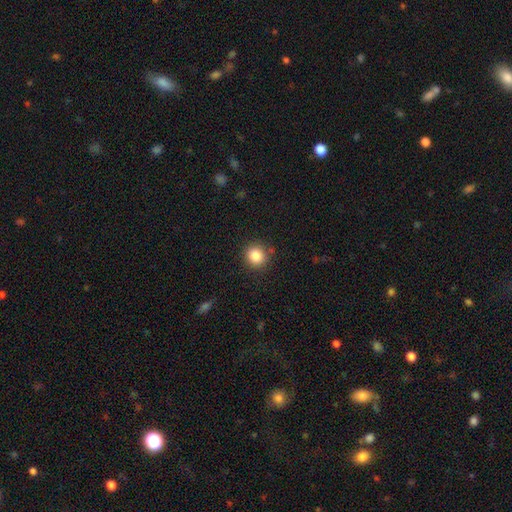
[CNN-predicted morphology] Smooth or featured?
  - smooth: 85% *
  - star or artifact: 10%
  - featured or disk: 5%
How rounded?
  - round: 91% *
  - in between: 8%
  - cigar-shaped: 1%
Merging?
  - none: 87% *
  - minor disturbance: 8%
  - major disturbance: 3%
  - merger: 2%